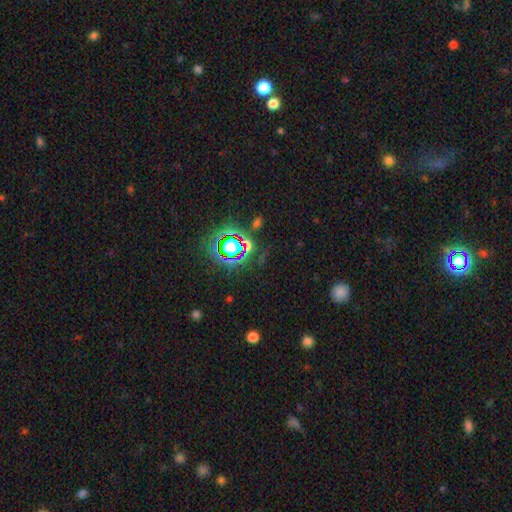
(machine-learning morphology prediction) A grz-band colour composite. It shows a star or artifact, not a galaxy (78%).